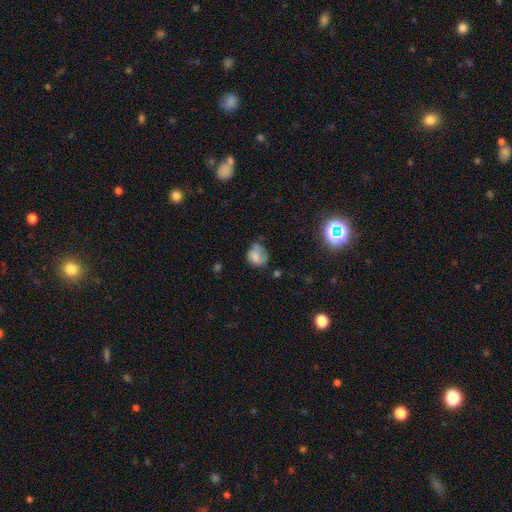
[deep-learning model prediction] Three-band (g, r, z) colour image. It shows a smooth galaxy with no disk features (63%) that is round (56%). Merging: none (41%).